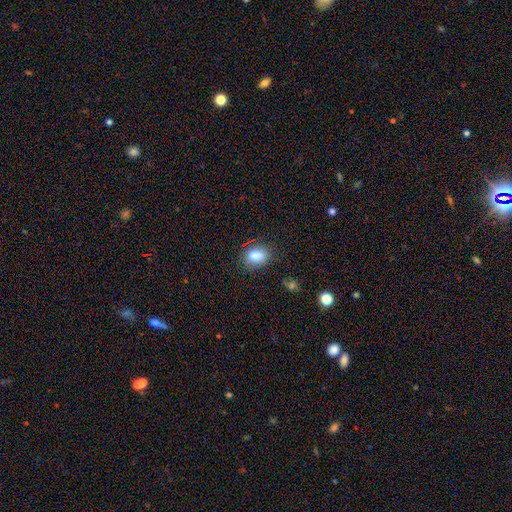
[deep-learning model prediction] Overall: smooth (85%). How rounded: in between (69%). Merging: none (75%).